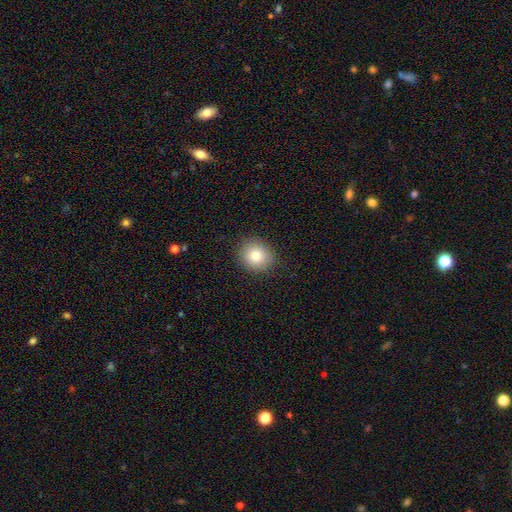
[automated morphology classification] Smooth or featured?
  - smooth: 80% *
  - star or artifact: 11%
  - featured or disk: 10%
How rounded?
  - round: 80% *
  - in between: 19%
  - cigar-shaped: 1%
Merging?
  - none: 89% *
  - minor disturbance: 8%
  - major disturbance: 2%
  - merger: 1%